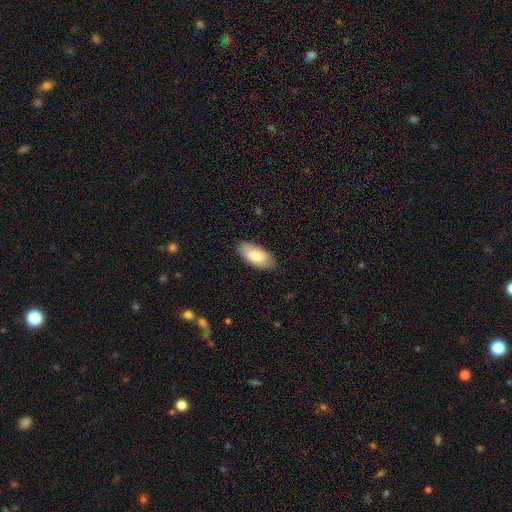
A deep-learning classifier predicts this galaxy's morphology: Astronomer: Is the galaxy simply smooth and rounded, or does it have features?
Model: smooth — 78%.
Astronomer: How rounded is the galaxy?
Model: in between — 92%.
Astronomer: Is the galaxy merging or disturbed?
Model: none — 83%.